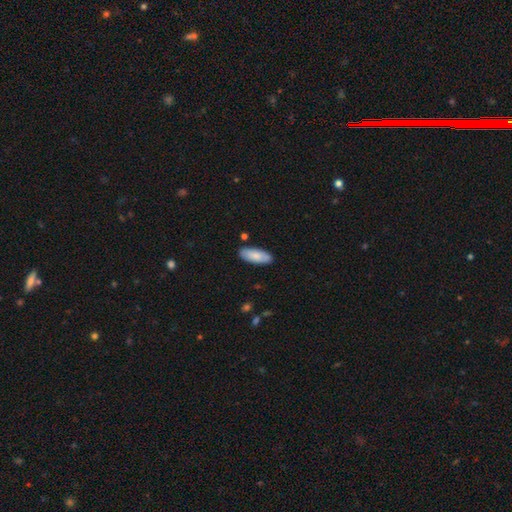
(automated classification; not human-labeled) Smooth or featured? smooth (81%)
How rounded? in between (79%)
Merging? none (85%)